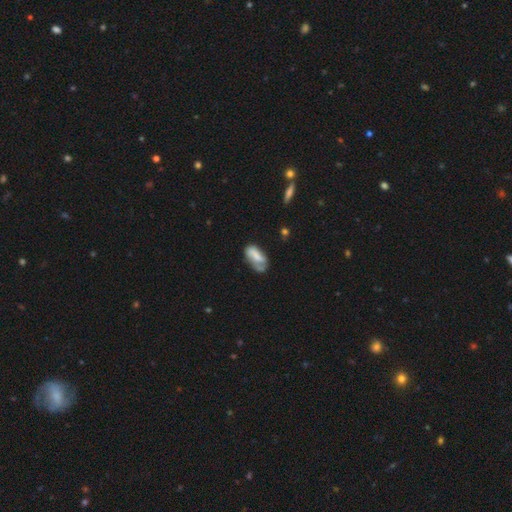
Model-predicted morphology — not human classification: Smooth or featured? smooth (57%)
How rounded? in between (88%)
Merging? none (41%)